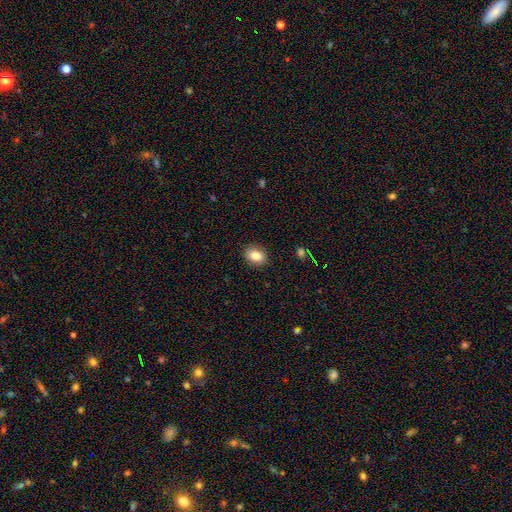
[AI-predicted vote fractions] smooth 83%, star or artifact 9%, featured or disk 9%. Down the decision tree: how rounded — in between (66%); merging — none (89%).